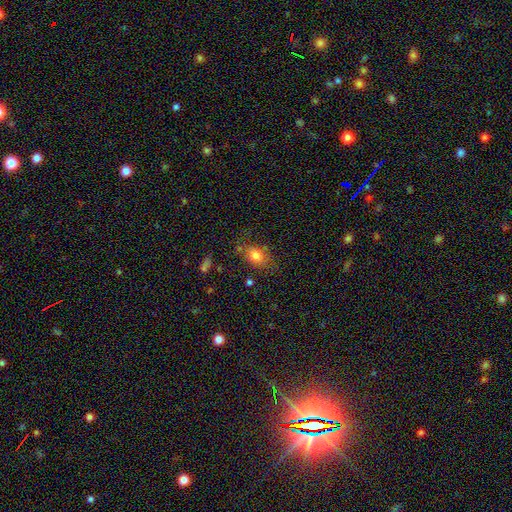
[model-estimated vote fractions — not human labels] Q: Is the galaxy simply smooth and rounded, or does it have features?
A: smooth — 78%.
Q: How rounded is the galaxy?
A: in between — 70%.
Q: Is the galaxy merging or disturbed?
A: none — 66%.